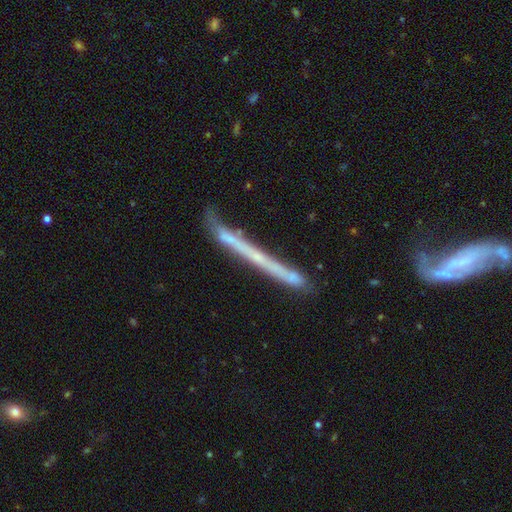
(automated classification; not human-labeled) A featured or disk galaxy (64%) viewed edge-on (89%) with no central bulge (88%). Merging: none (58%).